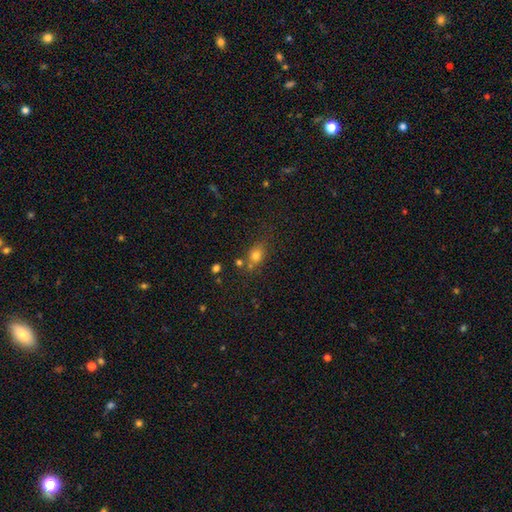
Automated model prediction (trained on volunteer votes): Smooth or featured? smooth (74%)
How rounded? in between (50%)
Merging? none (62%)